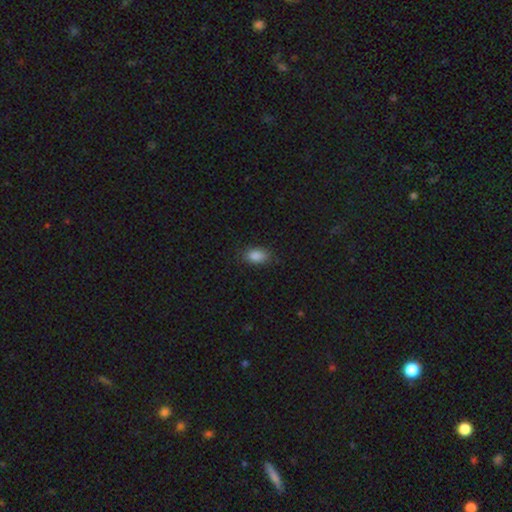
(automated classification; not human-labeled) Smooth or featured: smooth — 87% (star or artifact — 9%)
How rounded: in between — 89% (round — 9%)
Merging: none — 80% (minor disturbance — 15%)